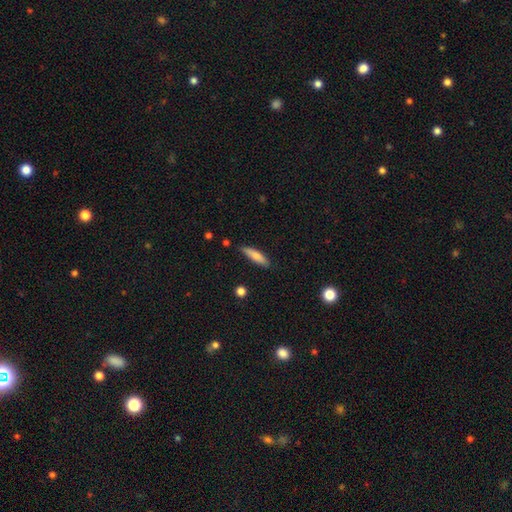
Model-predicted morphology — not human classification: Smooth or featured?
  - smooth: 75% *
  - featured or disk: 19%
  - star or artifact: 6%
How rounded?
  - cigar-shaped: 73% *
  - in between: 25%
  - round: 2%
Merging?
  - none: 80% *
  - minor disturbance: 16%
  - major disturbance: 3%
  - merger: 2%